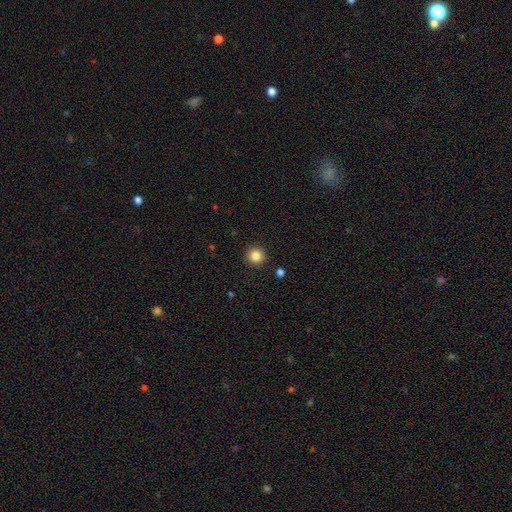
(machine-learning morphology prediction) Smooth or featured? Predicted: smooth (p=0.85). How rounded? Predicted: round (p=0.95). Merging? Predicted: none (p=0.92).